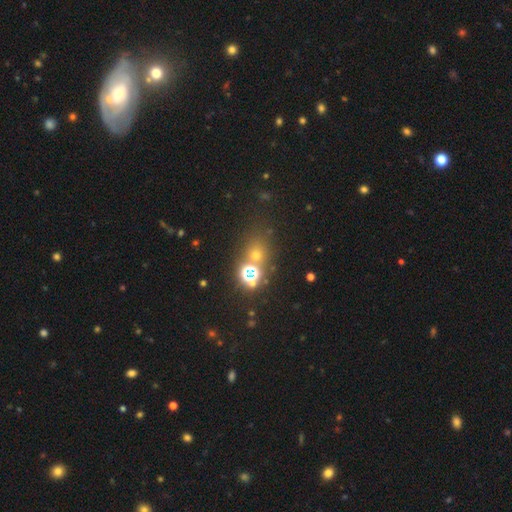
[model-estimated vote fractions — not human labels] Morphology: type=smooth (47%); merging=none (68%).